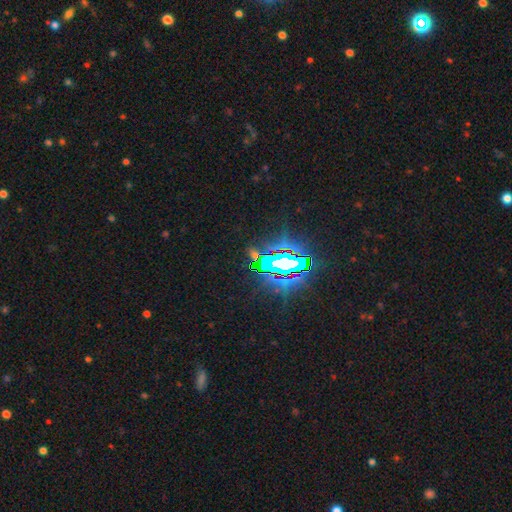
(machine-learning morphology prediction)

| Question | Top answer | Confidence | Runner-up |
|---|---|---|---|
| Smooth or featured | star or artifact | 76% | smooth (14%) |